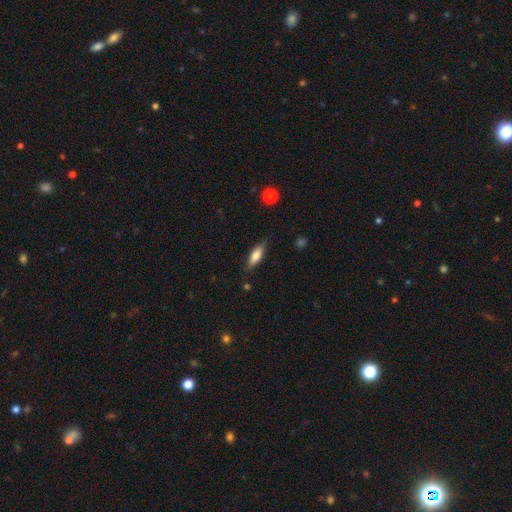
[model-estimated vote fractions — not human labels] The model was most divided on "how rounded": in between: 58%, cigar-shaped: 40%, round: 2%. More confident: merging — none (82%); smooth or featured — smooth (70%).